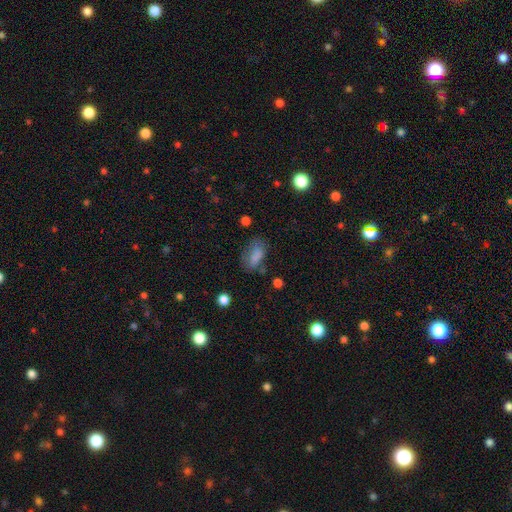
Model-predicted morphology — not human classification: A smooth galaxy with no disk features (78%) that is in between round and cigar-shaped (88%).

Vote fractions:
- Smooth or featured? smooth: 78% / featured or disk: 11% / star or artifact: 10%
- How rounded? in between: 88% / round: 7% / cigar-shaped: 5%
- Merging? none: 56% / minor disturbance: 25% / major disturbance: 14% / merger: 4%